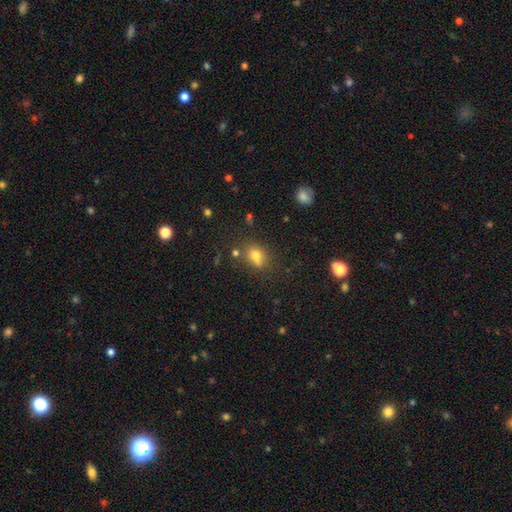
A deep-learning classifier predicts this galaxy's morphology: Smooth or featured? smooth (71%)
How rounded? round (54%)
Merging? none (56%)